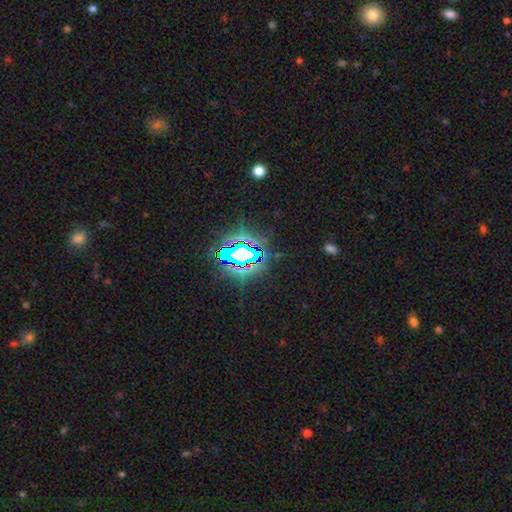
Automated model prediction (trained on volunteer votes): Overall: star or artifact (75%).